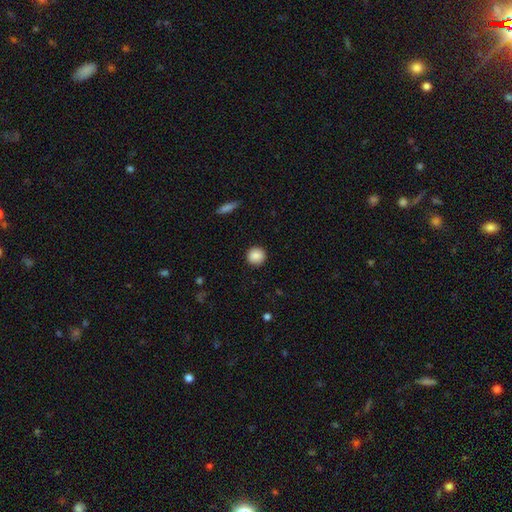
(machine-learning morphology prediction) Smooth or featured? smooth (88%)
How rounded? round (94%)
Merging? none (92%)